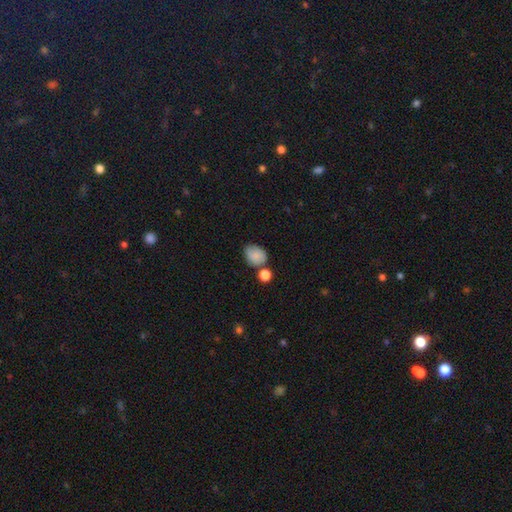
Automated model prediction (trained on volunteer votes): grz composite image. It shows a smooth galaxy with no disk features (82%) that is in between round and cigar-shaped (59%). Merging: none (56%).